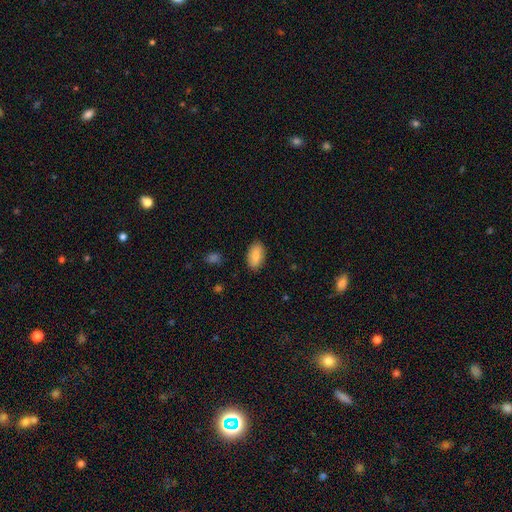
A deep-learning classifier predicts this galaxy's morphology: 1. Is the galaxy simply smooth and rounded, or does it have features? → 80% smooth, 14% featured or disk, 6% star or artifact.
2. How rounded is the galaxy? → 94% in between, 4% round, 3% cigar-shaped.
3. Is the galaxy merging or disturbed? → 86% none, 11% minor disturbance, 2% major disturbance, 1% merger.